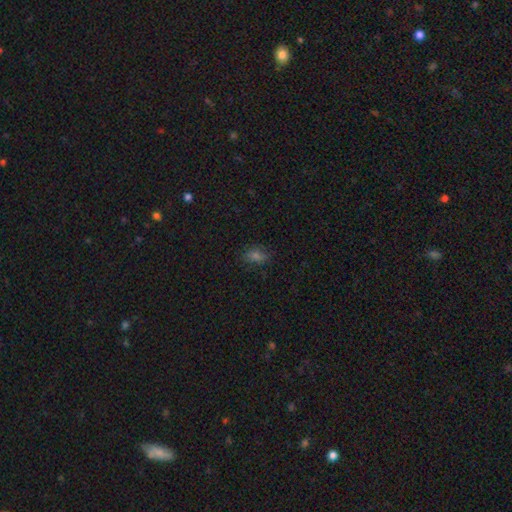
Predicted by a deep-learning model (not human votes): This is likely a smooth galaxy (62%). How rounded: likely in between (77%). Merging: likely none (80%).